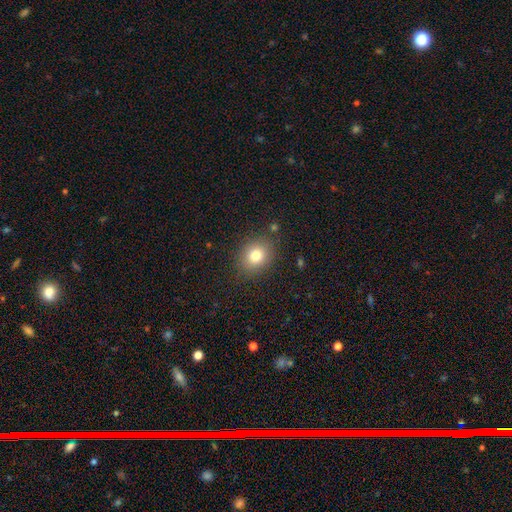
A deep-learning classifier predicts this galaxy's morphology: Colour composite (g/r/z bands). It shows a smooth galaxy with no disk features (79%) that is round (65%). Merging: none (84%).